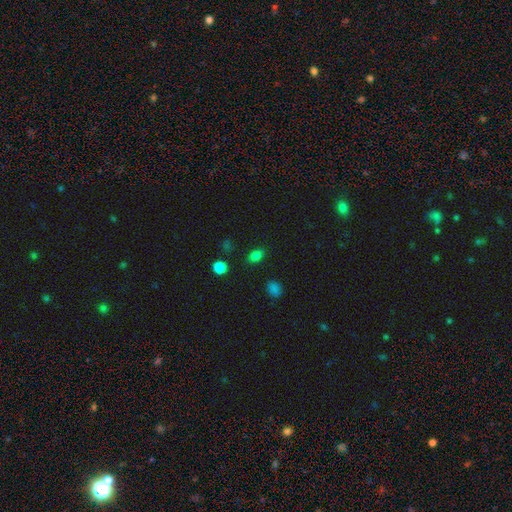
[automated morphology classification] Overall: smooth (82%). How rounded: in between (78%). Merging: none (84%).